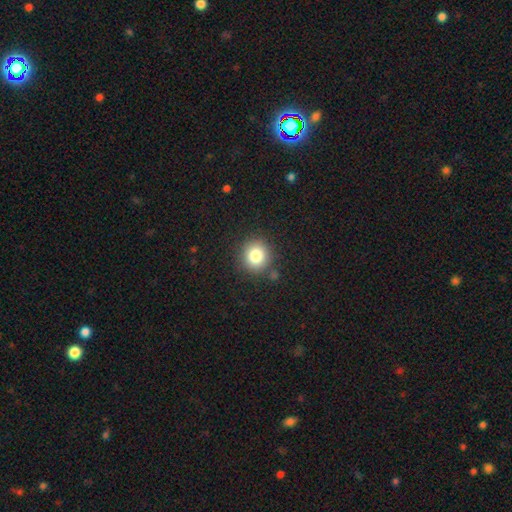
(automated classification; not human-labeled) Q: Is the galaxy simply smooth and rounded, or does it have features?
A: smooth — 81%.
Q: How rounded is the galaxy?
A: round — 88%.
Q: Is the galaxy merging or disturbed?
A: none — 85%.